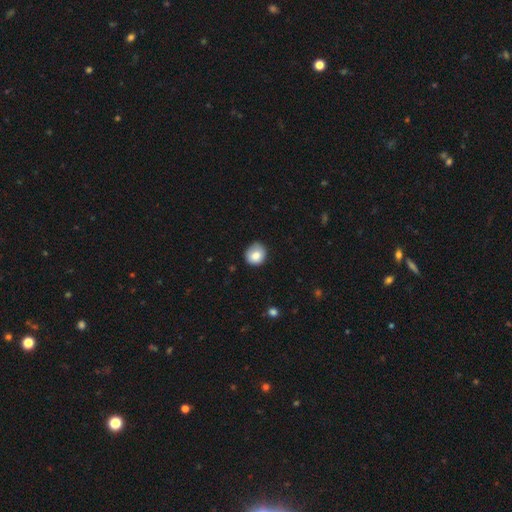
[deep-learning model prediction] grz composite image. It shows a smooth galaxy with no disk features (83%) that is round (82%). Merging: none (75%).